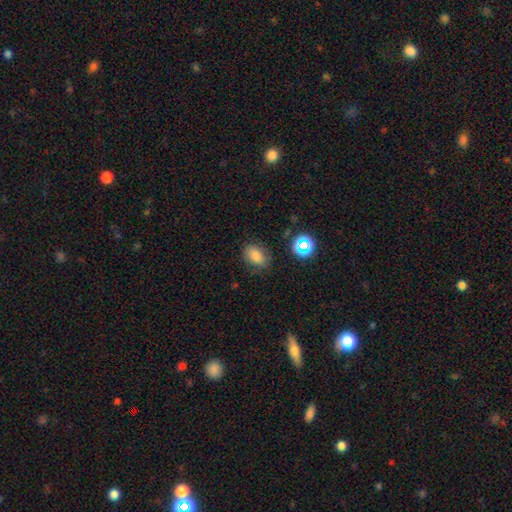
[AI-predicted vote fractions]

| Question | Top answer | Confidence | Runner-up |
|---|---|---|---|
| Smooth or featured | smooth | 77% | star or artifact (14%) |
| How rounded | in between | 76% | round (22%) |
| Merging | none | 78% | minor disturbance (16%) |